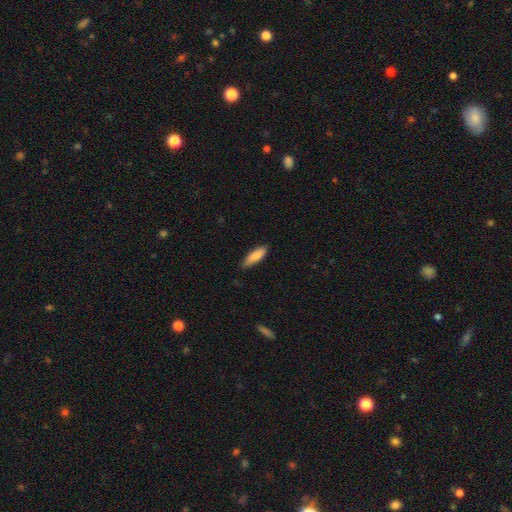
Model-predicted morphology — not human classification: A smooth galaxy with no disk features (85%) that is in between round and cigar-shaped (50%). Merging: none (76%).